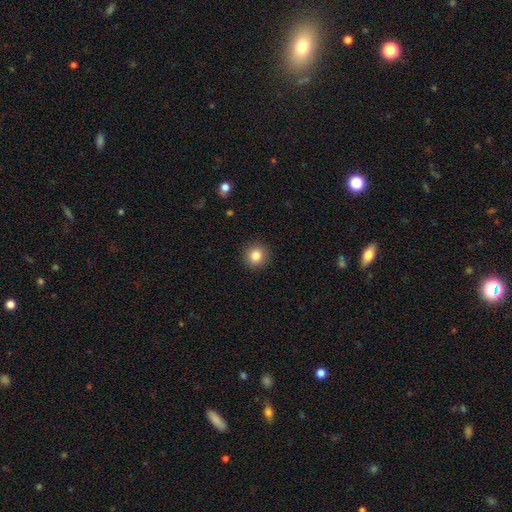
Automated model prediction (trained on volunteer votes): smooth_or_featured: smooth (p=0.84) [alt: star or artifact p=0.10]
how_rounded: round (p=0.93) [alt: in between p=0.06]
merging: none (p=0.92) [alt: minor disturbance p=0.05]